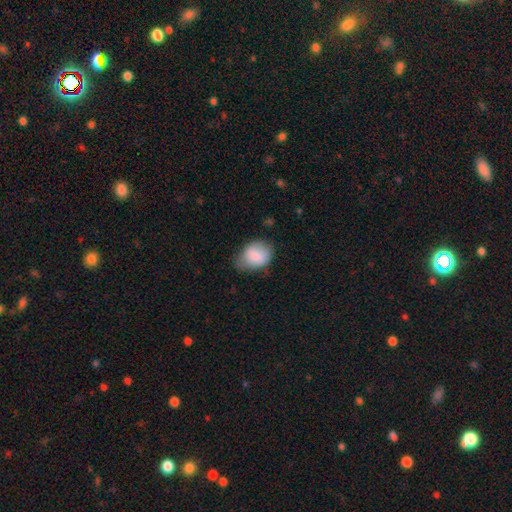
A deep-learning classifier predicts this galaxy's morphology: Smooth or featured: smooth — 81% (featured or disk — 11%)
How rounded: in between — 66% (round — 32%)
Merging: none — 52% (minor disturbance — 36%)